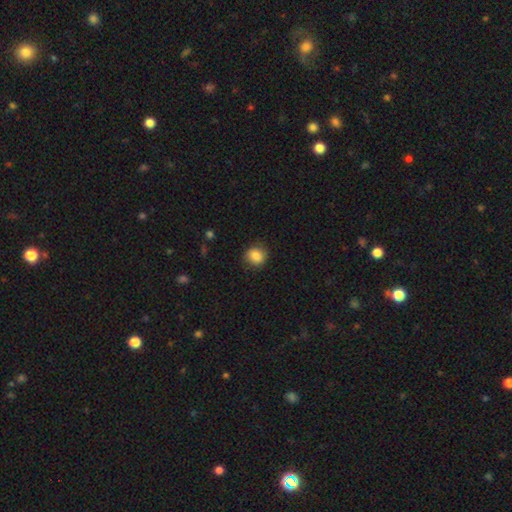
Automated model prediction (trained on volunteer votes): This appears to be a smooth galaxy with no disk features (84%) that is round (77%). Merging: none (81%).